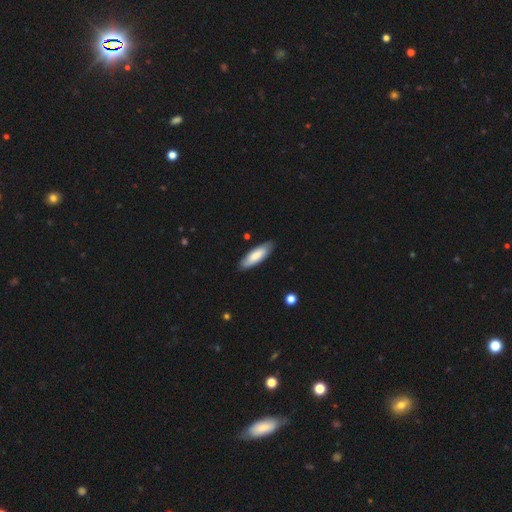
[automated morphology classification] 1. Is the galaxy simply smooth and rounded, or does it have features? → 81% smooth, 14% featured or disk, 5% star or artifact.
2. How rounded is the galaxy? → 55% in between, 44% cigar-shaped, 1% round.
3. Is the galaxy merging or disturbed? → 87% none, 10% minor disturbance, 2% major disturbance, 1% merger.